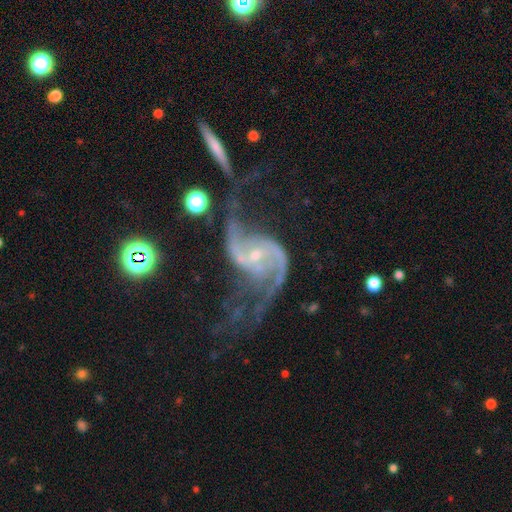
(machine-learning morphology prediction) The model was most divided on "bar": no: 42%, weak: 39%, strong: 19%. Remaining: spiral arms — yes (97%); edge-on disk — no (97%); spiral arm count — 2 (92%); smooth or featured — featured or disk (91%); bulge size — small (70%); spiral winding — loose (68%); merging — none (45%).